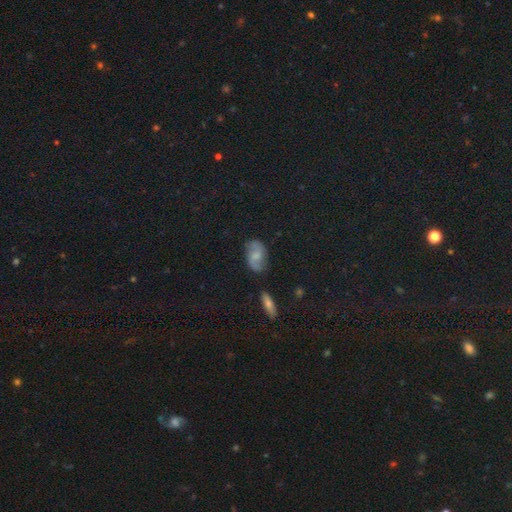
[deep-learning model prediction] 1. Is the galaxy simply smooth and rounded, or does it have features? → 50% featured or disk, 41% smooth, 10% star or artifact.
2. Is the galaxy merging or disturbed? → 71% none, 20% minor disturbance, 6% major disturbance, 3% merger.